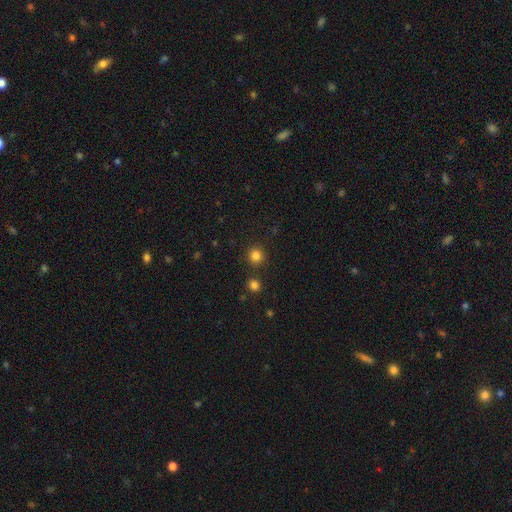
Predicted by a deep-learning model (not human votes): smooth_or_featured: smooth (p=0.82) [alt: star or artifact p=0.13]
how_rounded: round (p=0.92) [alt: in between p=0.07]
merging: none (p=0.87) [alt: minor disturbance p=0.06]